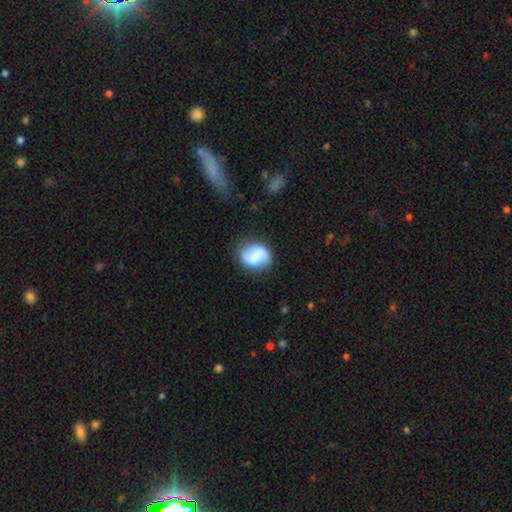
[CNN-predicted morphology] smooth_or_featured: smooth (p=0.48) [alt: featured or disk p=0.43]
merging: none (p=0.69) [alt: minor disturbance p=0.19]